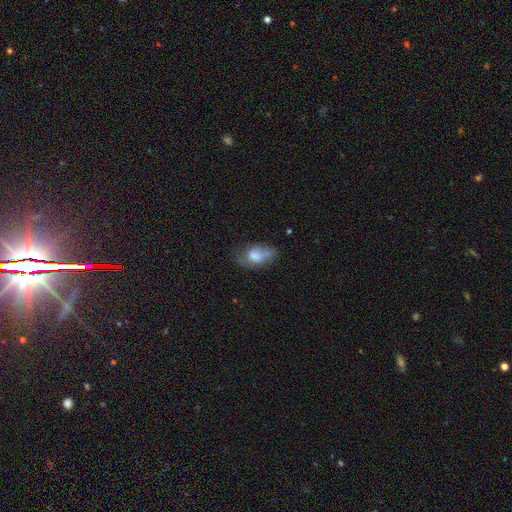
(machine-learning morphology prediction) This is likely a smooth galaxy (70%). How rounded: clearly in between (88%). Merging: marginally none (38%).